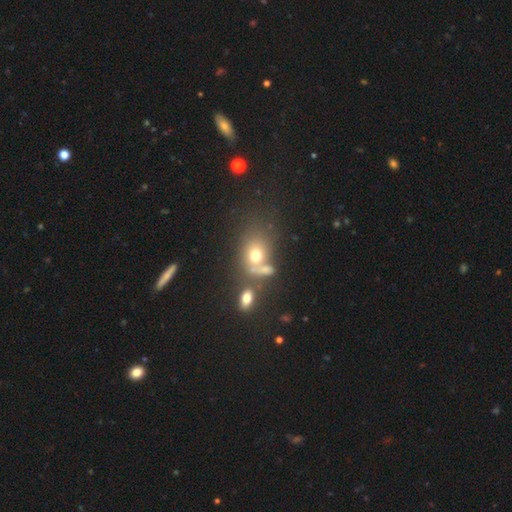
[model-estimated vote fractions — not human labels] Smooth or featured? smooth (66%)
How rounded? in between (51%)
Merging? merger (40%)